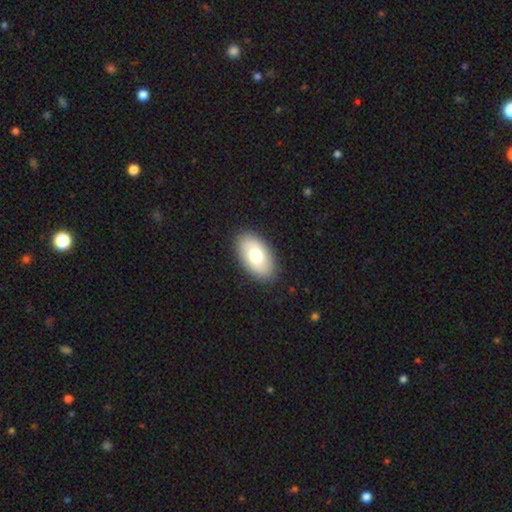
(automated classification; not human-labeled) Morphology: type=smooth (72%); roundness=in between (93%); merging=none (88%).